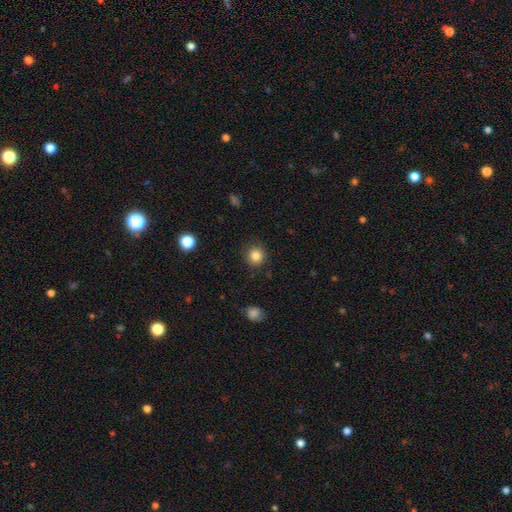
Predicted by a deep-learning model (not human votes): This is clearly a smooth galaxy (84%). How rounded: clearly round (92%). Merging: clearly none (88%).